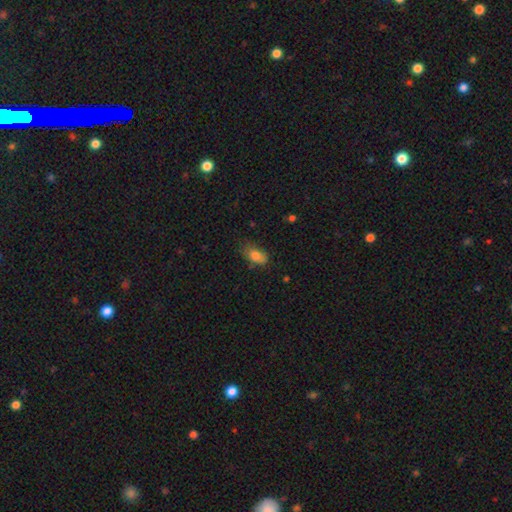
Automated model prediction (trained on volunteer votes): The model was most divided on "merging": none: 52%, minor disturbance: 34%, major disturbance: 11%, merger: 3%. More confident: how rounded — in between (87%); smooth or featured — smooth (81%).